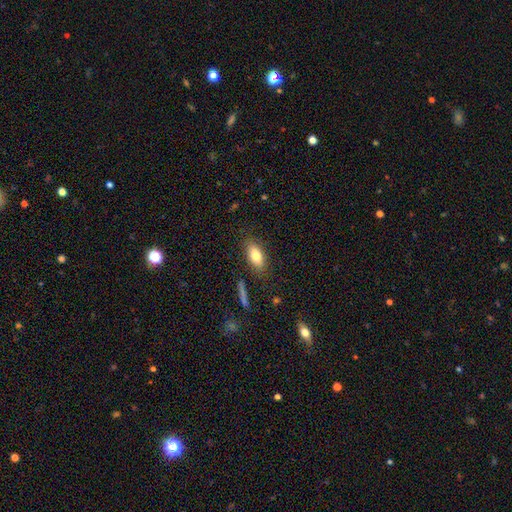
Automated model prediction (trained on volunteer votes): A smooth galaxy with no disk features (78%) that is in between round and cigar-shaped (84%).

Vote fractions:
- Smooth or featured? smooth: 78% / featured or disk: 14% / star or artifact: 8%
- How rounded? in between: 84% / cigar-shaped: 12% / round: 4%
- Merging? none: 83% / minor disturbance: 11% / major disturbance: 3% / merger: 2%